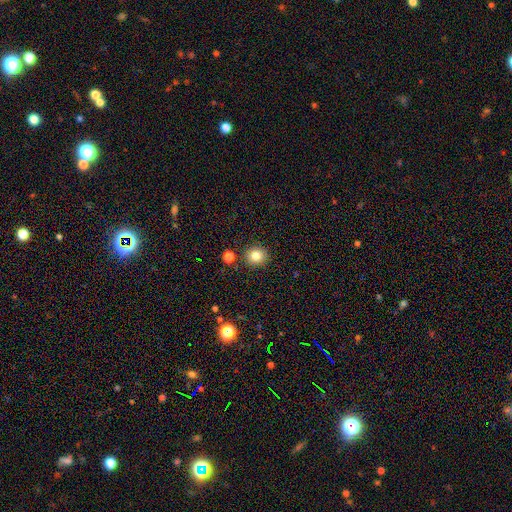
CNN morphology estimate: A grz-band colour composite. It shows a smooth galaxy with no disk features (81%) that is round (84%). Merging: none (87%).